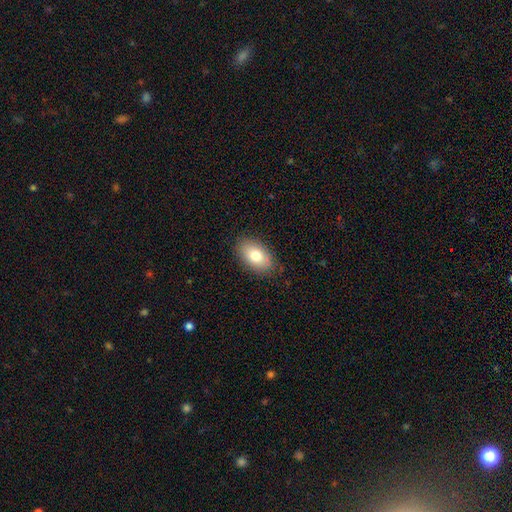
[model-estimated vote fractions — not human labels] smooth-or-featured: smooth: 78% | featured or disk: 15% | star or artifact: 8%
  how-rounded: in between: 91% | round: 7% | cigar-shaped: 2%
  merging: none: 85% | minor disturbance: 11% | major disturbance: 3% | merger: 1%